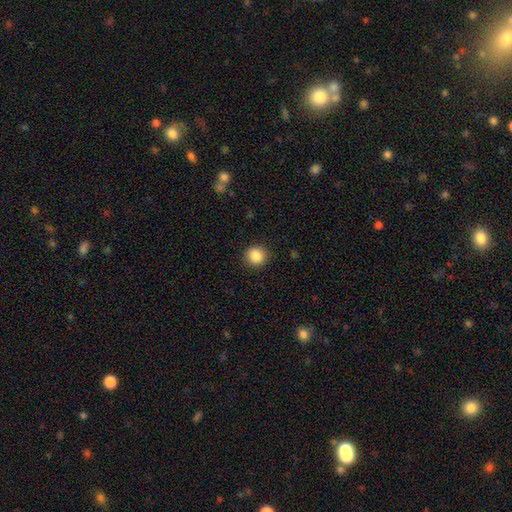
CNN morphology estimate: Smooth or featured: smooth — 86% (star or artifact — 10%)
How rounded: round — 91% (in between — 8%)
Merging: none — 91% (minor disturbance — 6%)